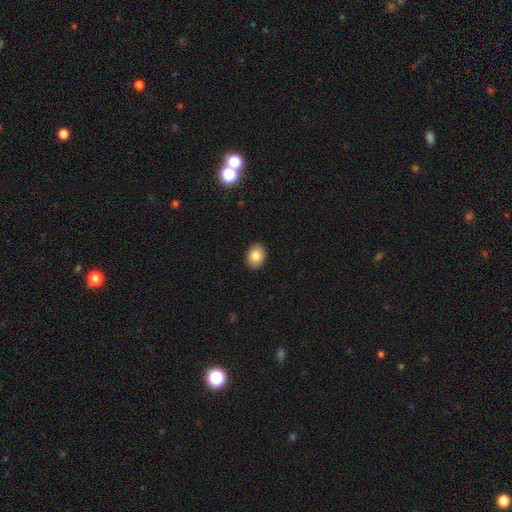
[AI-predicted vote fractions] smooth 84%, star or artifact 9%, featured or disk 8%. Down the decision tree: how rounded — in between (66%); merging — none (91%).